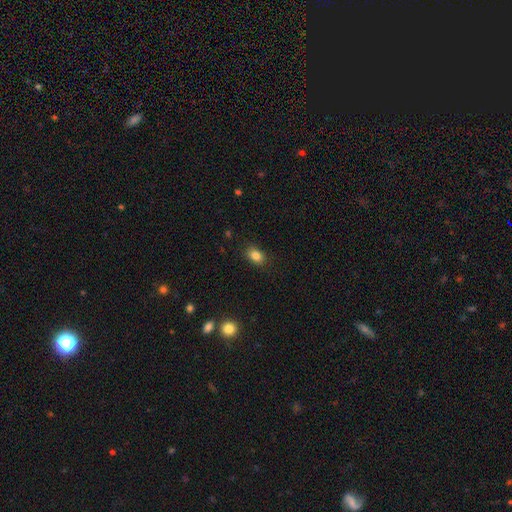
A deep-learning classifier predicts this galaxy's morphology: Smooth or featured?
  - smooth: 84% *
  - star or artifact: 10%
  - featured or disk: 5%
How rounded?
  - in between: 73% *
  - round: 25%
  - cigar-shaped: 1%
Merging?
  - none: 86% *
  - minor disturbance: 10%
  - major disturbance: 3%
  - merger: 1%